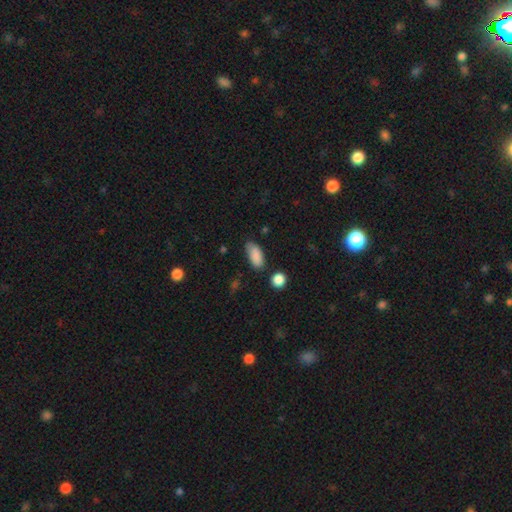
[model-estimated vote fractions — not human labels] smooth_or_featured: smooth (p=0.87) [alt: star or artifact p=0.08]
how_rounded: in between (p=0.90) [alt: cigar-shaped p=0.07]
merging: none (p=0.66) [alt: minor disturbance p=0.25]